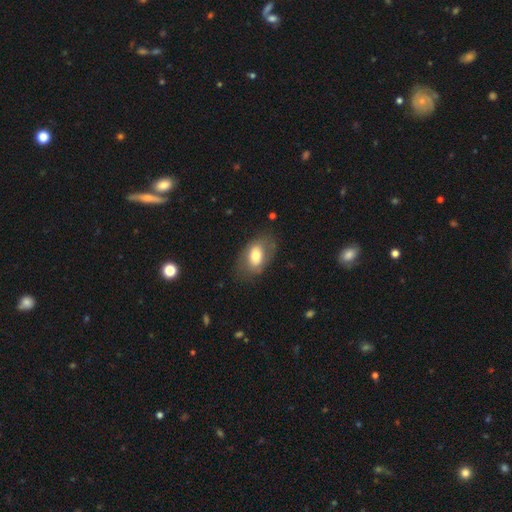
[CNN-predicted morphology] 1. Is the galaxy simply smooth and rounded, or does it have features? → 69% smooth, 24% featured or disk, 7% star or artifact.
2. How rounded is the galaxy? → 89% in between, 10% round, 2% cigar-shaped.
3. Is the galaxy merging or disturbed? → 69% none, 20% minor disturbance, 10% major disturbance, 2% merger.